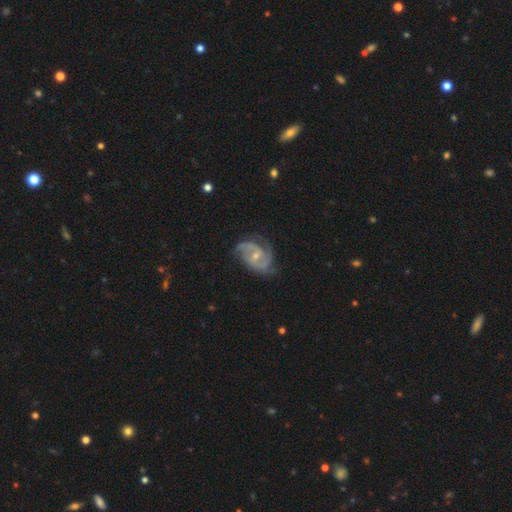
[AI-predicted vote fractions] This is clearly a featured or disk galaxy (89%). It is clearly not viewed edge-on (98%). Bar: possibly no (47%). Spiral arm pattern: clearly yes (97%). Spiral arm count: possibly 2 (53%). Spiral winding: possibly medium (51%). Central bulge: possibly small (57%). Merging: likely none (66%).